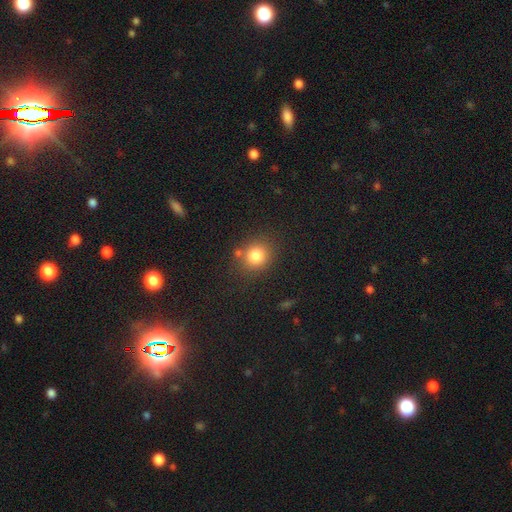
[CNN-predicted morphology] Smooth or featured?
  - smooth: 81% *
  - star or artifact: 11%
  - featured or disk: 7%
How rounded?
  - round: 78% *
  - in between: 21%
  - cigar-shaped: 1%
Merging?
  - none: 77% *
  - minor disturbance: 12%
  - merger: 8%
  - major disturbance: 4%